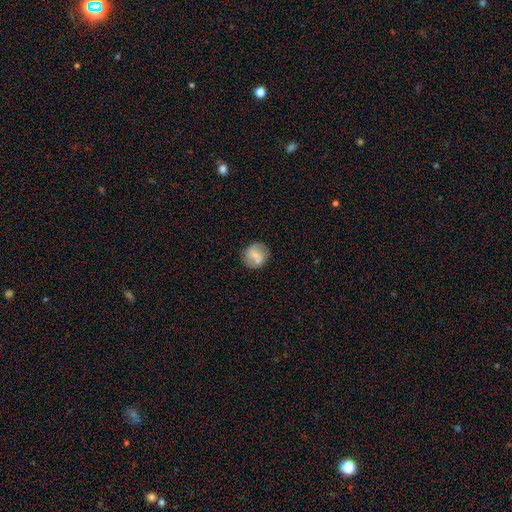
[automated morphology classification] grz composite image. It shows a smooth galaxy with no disk features (52%) that is round (84%). Merging: none (71%).